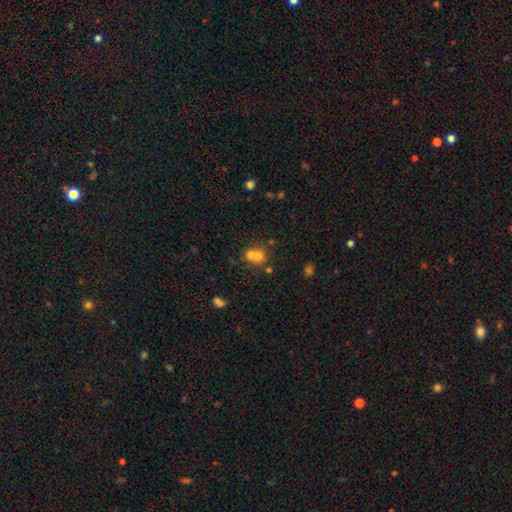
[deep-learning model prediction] Smooth or featured? Predicted: smooth (p=0.65). How rounded? Predicted: round (p=0.77). Merging? Predicted: merger (p=0.61).